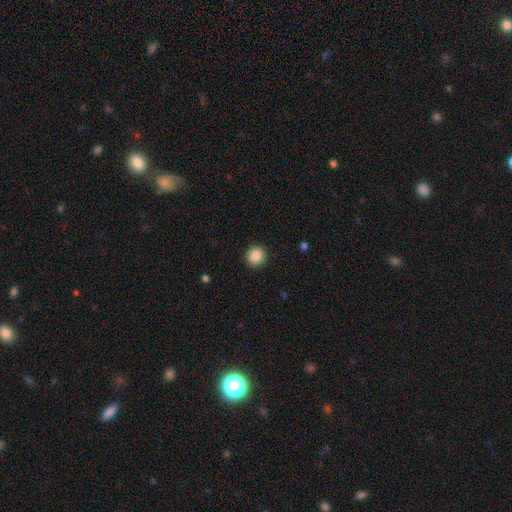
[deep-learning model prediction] Morphology: type=smooth (87%); roundness=round (92%); merging=none (92%).